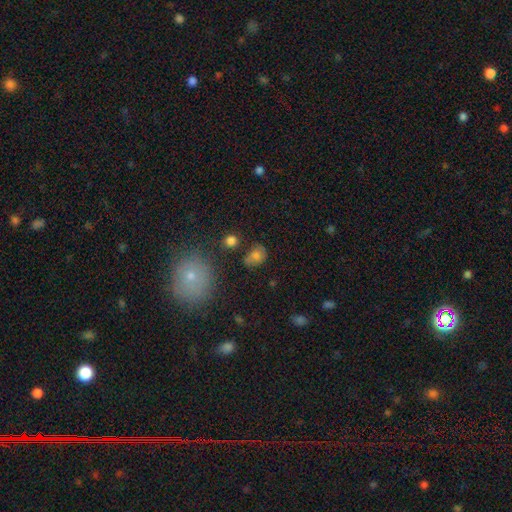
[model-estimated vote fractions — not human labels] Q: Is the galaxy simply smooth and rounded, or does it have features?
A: smooth — 73%.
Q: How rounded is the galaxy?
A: in between — 52%.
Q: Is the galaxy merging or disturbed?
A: none — 59%.